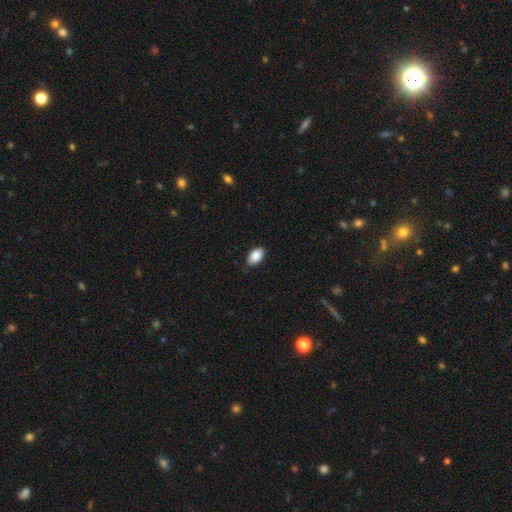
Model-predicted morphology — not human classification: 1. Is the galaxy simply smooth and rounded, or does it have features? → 89% smooth, 7% star or artifact, 4% featured or disk.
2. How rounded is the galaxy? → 93% in between, 5% round, 2% cigar-shaped.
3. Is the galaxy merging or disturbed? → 83% none, 14% minor disturbance, 2% major disturbance, 1% merger.